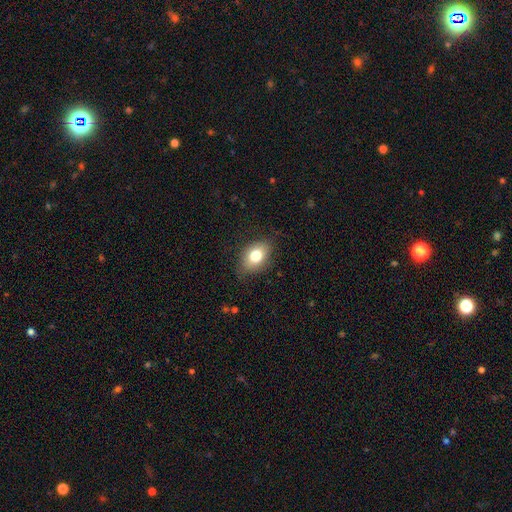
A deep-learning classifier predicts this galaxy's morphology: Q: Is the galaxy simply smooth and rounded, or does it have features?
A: smooth — 77%.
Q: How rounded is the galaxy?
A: in between — 81%.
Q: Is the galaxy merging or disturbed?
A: none — 80%.